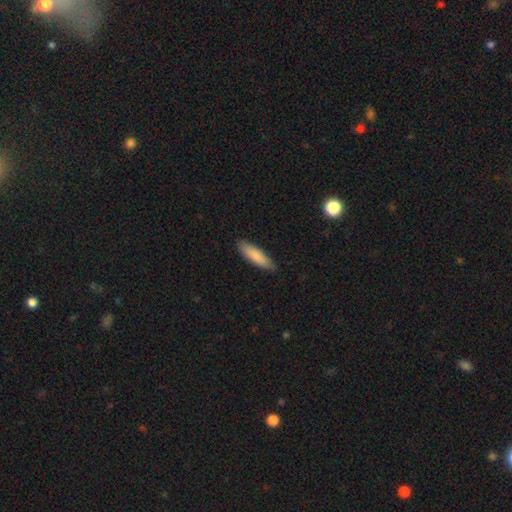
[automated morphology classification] Smooth or featured?
  - smooth: 84% *
  - featured or disk: 11%
  - star or artifact: 5%
How rounded?
  - cigar-shaped: 62% *
  - in between: 37%
  - round: 1%
Merging?
  - none: 86% *
  - minor disturbance: 11%
  - major disturbance: 2%
  - merger: 1%